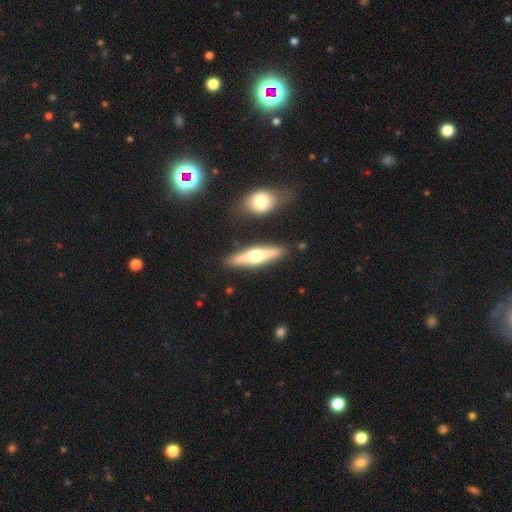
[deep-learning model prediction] This is possibly a featured or disk galaxy (56%). It is clearly viewed edge-on (93%). Edge-on bulge: clearly rounded (93%). Merging: clearly none (86%).